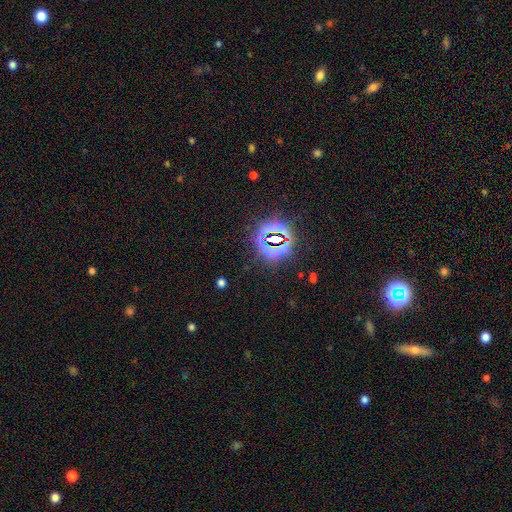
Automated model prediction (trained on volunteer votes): A star or artifact, not a galaxy (81%).

Vote fractions:
- Smooth or featured? star or artifact: 81% / smooth: 12% / featured or disk: 7%